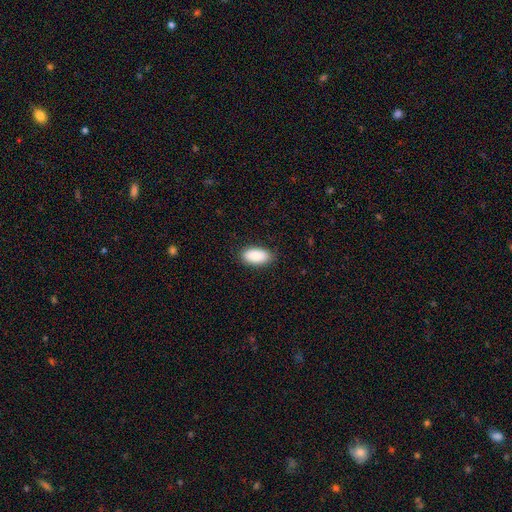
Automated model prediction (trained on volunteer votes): Smooth or featured? smooth (88%)
How rounded? in between (94%)
Merging? none (86%)